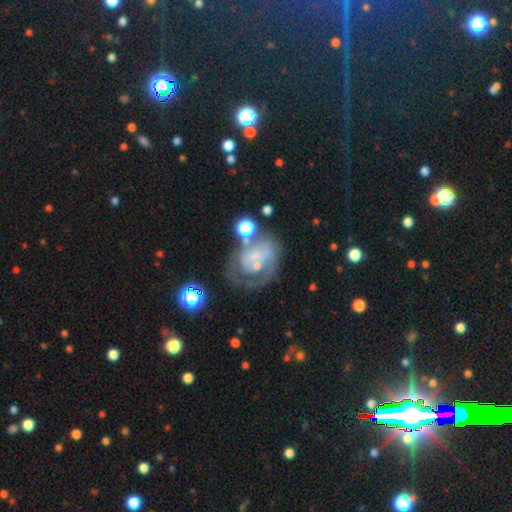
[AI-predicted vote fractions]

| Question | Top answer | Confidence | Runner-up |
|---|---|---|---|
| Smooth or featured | featured or disk | 71% | smooth (19%) |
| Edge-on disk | no | 98% | yes (2%) |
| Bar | no | 64% | weak (28%) |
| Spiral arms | yes | 71% | no (29%) |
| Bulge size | small | 63% | moderate (17%) |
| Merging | none | 43% | major disturbance (26%) |